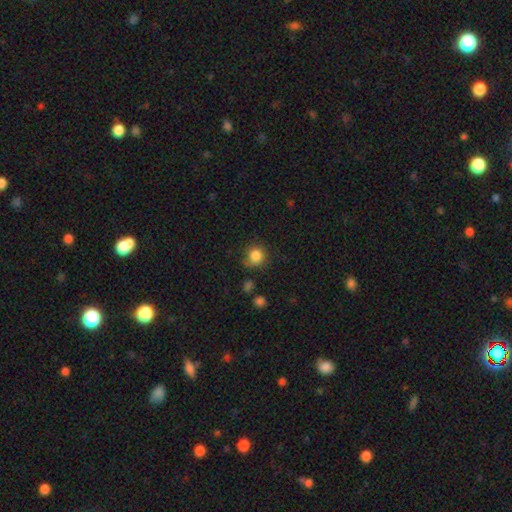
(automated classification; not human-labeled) This appears to be a smooth galaxy with no disk features (85%) that is round (89%). Merging: none (75%).